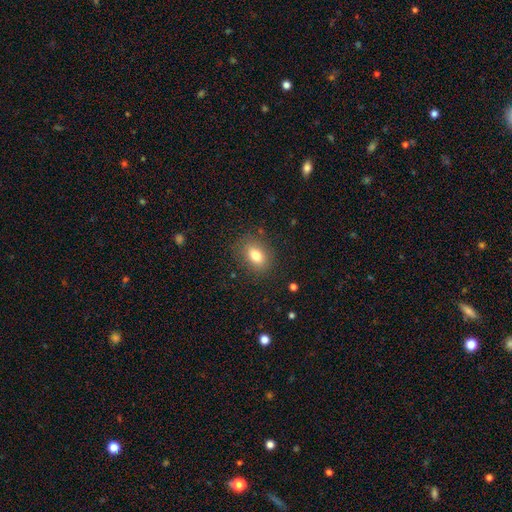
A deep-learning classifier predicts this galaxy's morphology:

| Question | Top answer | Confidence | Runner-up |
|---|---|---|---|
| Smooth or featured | smooth | 80% | featured or disk (10%) |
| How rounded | in between | 77% | round (21%) |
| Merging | none | 83% | minor disturbance (12%) |